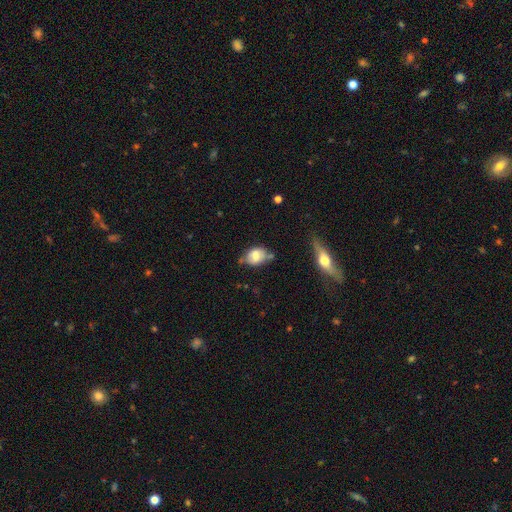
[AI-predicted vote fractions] smooth_or_featured: smooth (p=0.60) [alt: featured or disk p=0.31]
how_rounded: in between (p=0.76) [alt: round p=0.21]
merging: none (p=0.49) [alt: minor disturbance p=0.29]